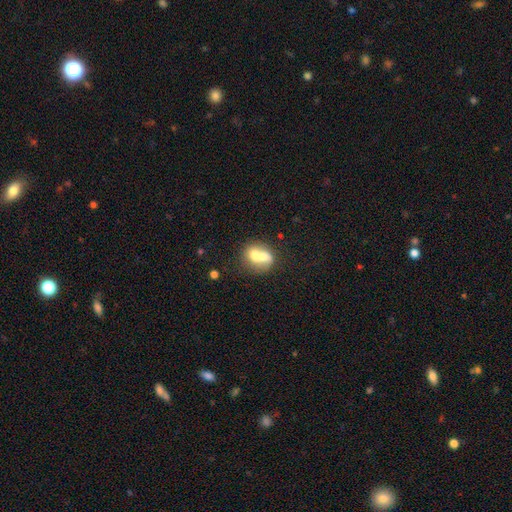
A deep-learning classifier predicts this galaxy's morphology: This appears to be a smooth galaxy with no disk features (64%) that is round (60%). Merging: merger (66%).